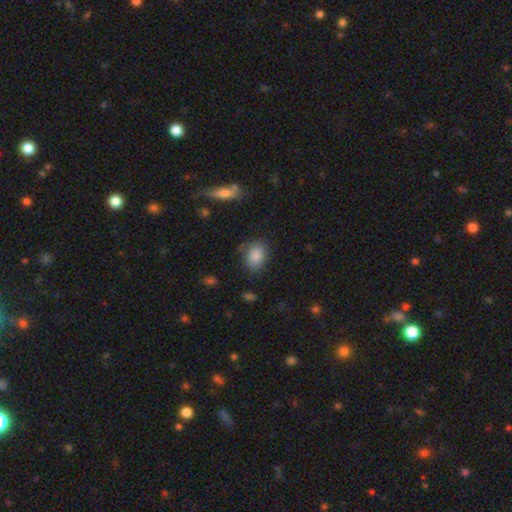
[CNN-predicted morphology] Smooth or featured? smooth (84%)
How rounded? in between (67%)
Merging? none (67%)